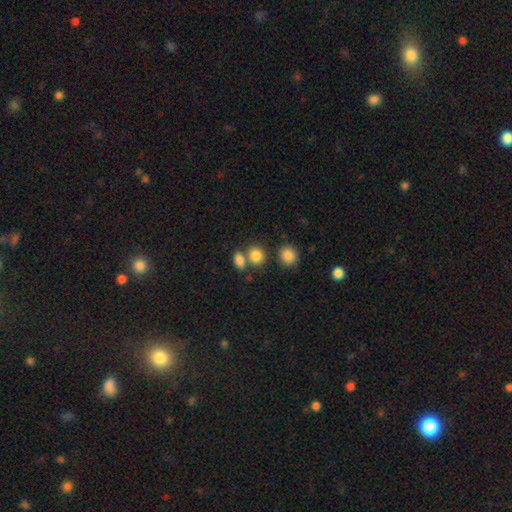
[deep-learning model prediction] This appears to be a smooth galaxy with no disk features (83%) that is round (57%). Merging: none (53%).